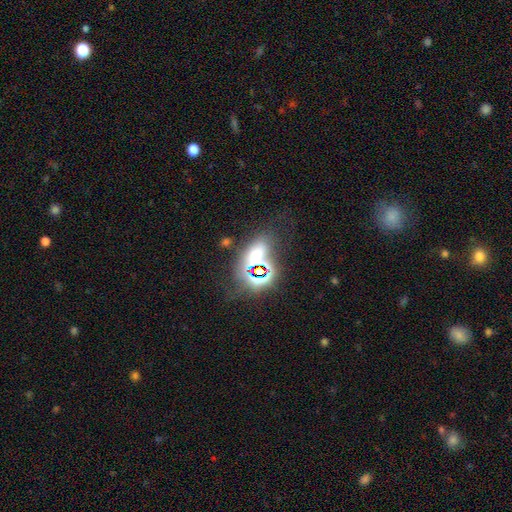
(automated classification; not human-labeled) Morphology: type=star or artifact (45%).